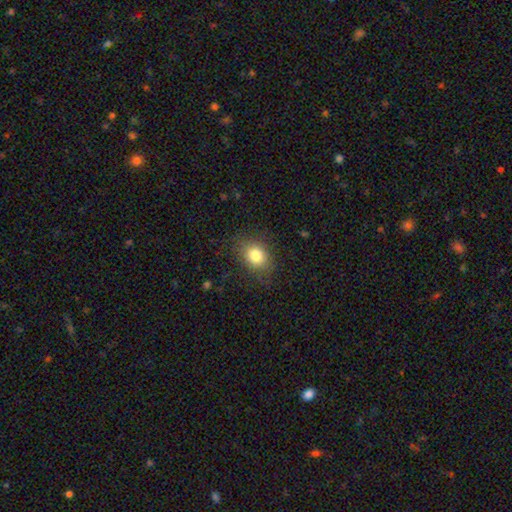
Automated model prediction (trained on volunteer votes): smooth 81%, star or artifact 10%, featured or disk 9%. Down the decision tree: how rounded — in between (59%); merging — none (80%).